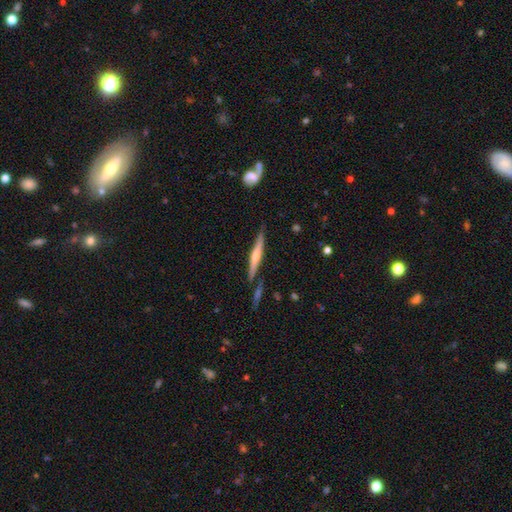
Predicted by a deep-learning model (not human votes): Smooth or featured? Predicted: featured or disk (p=0.56). Edge-on disk? Predicted: yes (p=0.96). Edge-on bulge? Predicted: rounded (p=0.63). Merging? Predicted: none (p=0.78).